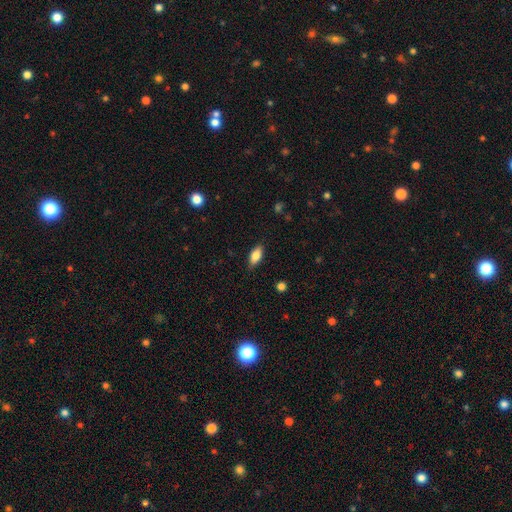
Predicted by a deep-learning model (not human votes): This appears to be a smooth galaxy with no disk features (81%) that is in between round and cigar-shaped (85%). Merging: none (86%).